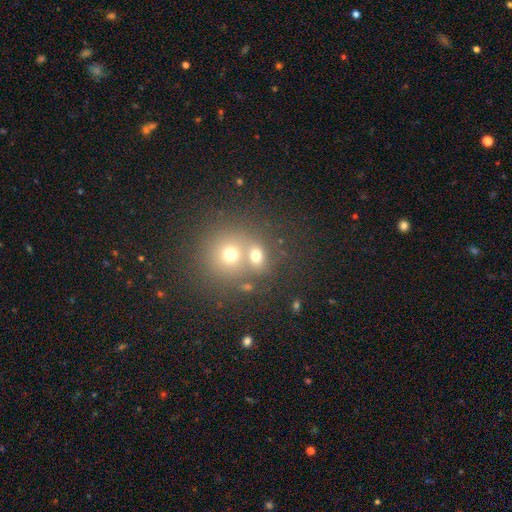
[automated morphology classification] A smooth galaxy with no disk features (68%) that is round (72%). Merging: merger (50%).